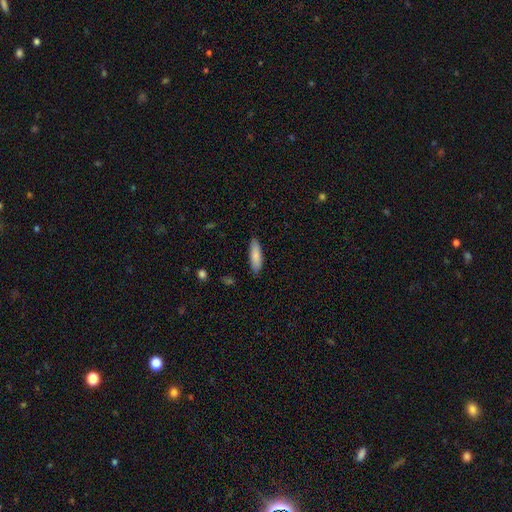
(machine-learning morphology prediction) Smooth or featured? smooth (84%)
How rounded? cigar-shaped (53%)
Merging? none (87%)